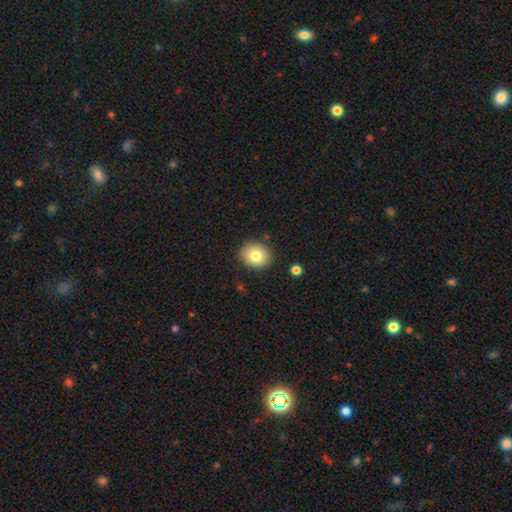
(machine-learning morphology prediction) This is likely a smooth galaxy (79%). How rounded: likely round (65%). Merging: clearly none (87%).